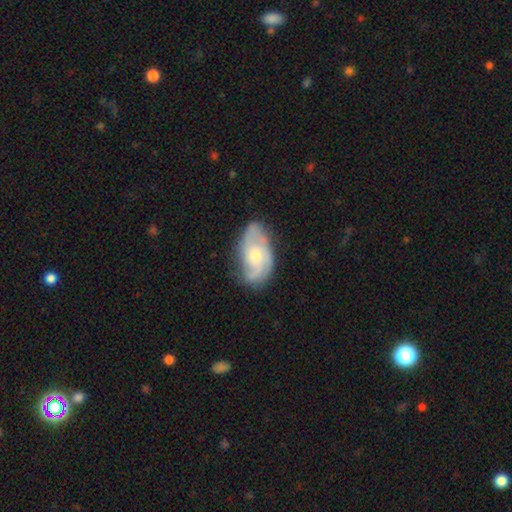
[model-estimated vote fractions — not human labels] Smooth or featured? Predicted: featured or disk (p=0.73). Edge-on disk? Predicted: no (p=0.95). Bar? Predicted: no (p=0.72). Spiral arms? Predicted: yes (p=0.92). Spiral winding? Predicted: medium (p=0.43). Spiral arm count? Predicted: 2 (p=0.42). Bulge size? Predicted: moderate (p=0.47, tied with small). Merging? Predicted: none (p=0.67).